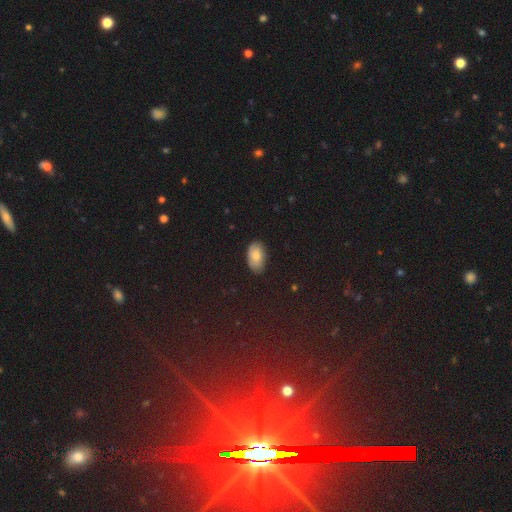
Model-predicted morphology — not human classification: This appears to be a smooth galaxy with no disk features (79%) that is in between round and cigar-shaped (93%). Merging: none (78%).